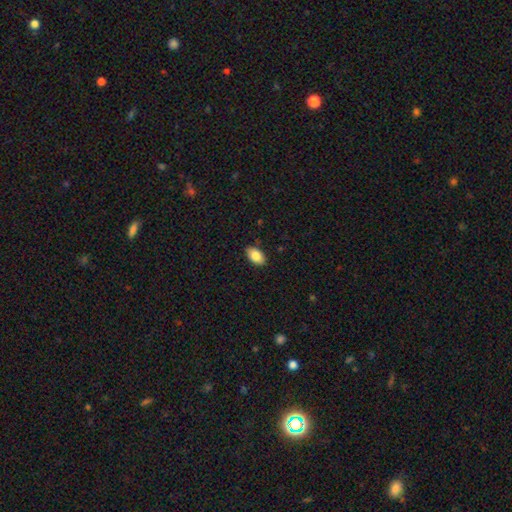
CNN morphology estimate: Q: Smooth or featured?
A: smooth (85%); runner-up: featured or disk (8%)
Q: How rounded?
A: in between (93%); runner-up: round (5%)
Q: Merging?
A: none (88%); runner-up: minor disturbance (9%)